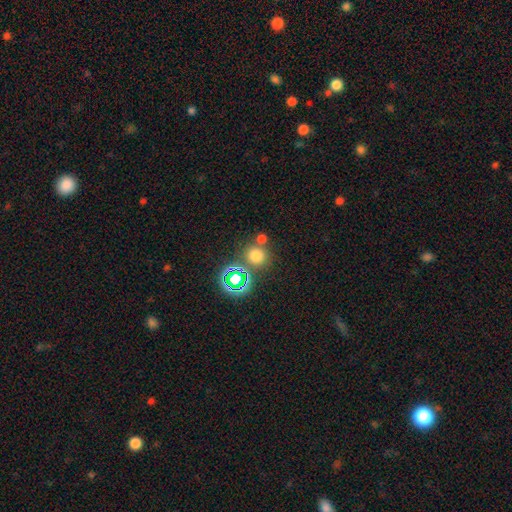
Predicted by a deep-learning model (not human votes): A smooth galaxy with no disk features (68%) that is round (89%). Merging: none (67%).